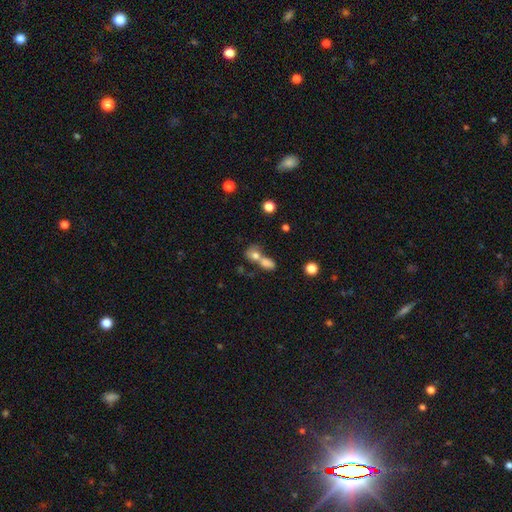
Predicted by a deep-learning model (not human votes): Overall: smooth (75%). How rounded: in between (58%; round 37%). Merging: merger (63%; none 24%).